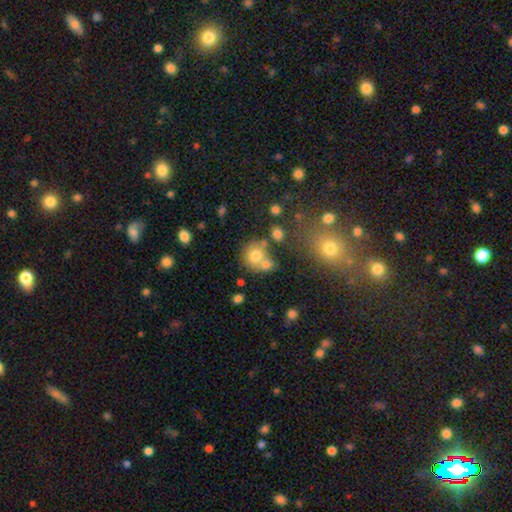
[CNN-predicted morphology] smooth-or-featured: smooth: 70% | featured or disk: 17% | star or artifact: 13%
  how-rounded: round: 76% | in between: 23% | cigar-shaped: 1%
  merging: none: 42% | merger: 41% | minor disturbance: 11% | major disturbance: 6%